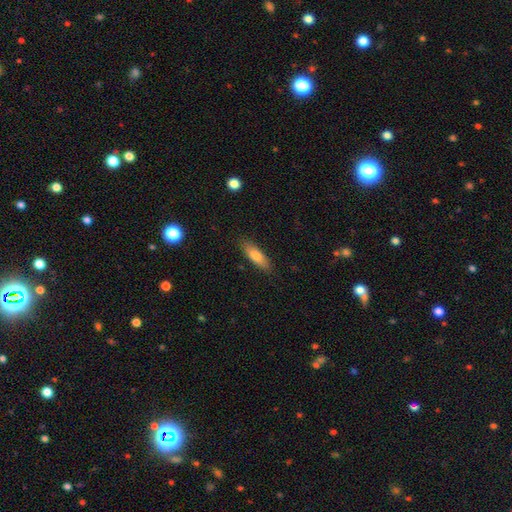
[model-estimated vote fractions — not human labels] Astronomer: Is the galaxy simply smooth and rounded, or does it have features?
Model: smooth — 78%.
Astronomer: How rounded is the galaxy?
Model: in between — 50% (runner-up: cigar-shaped, 48%).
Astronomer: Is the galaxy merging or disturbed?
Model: none — 86%.